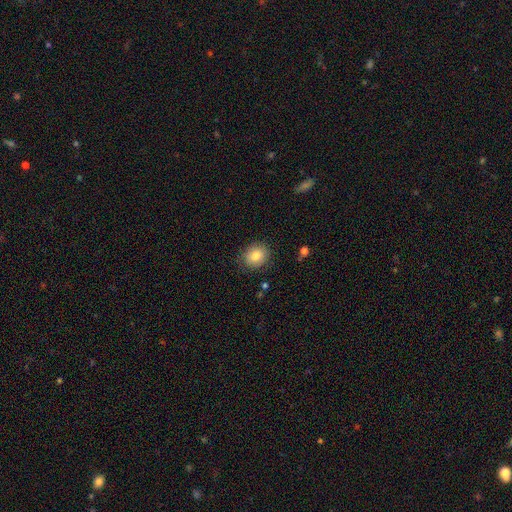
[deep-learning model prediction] Smooth or featured?
  - smooth: 81% *
  - featured or disk: 10%
  - star or artifact: 9%
How rounded?
  - round: 71% *
  - in between: 28%
  - cigar-shaped: 1%
Merging?
  - none: 84% *
  - minor disturbance: 12%
  - major disturbance: 3%
  - merger: 1%